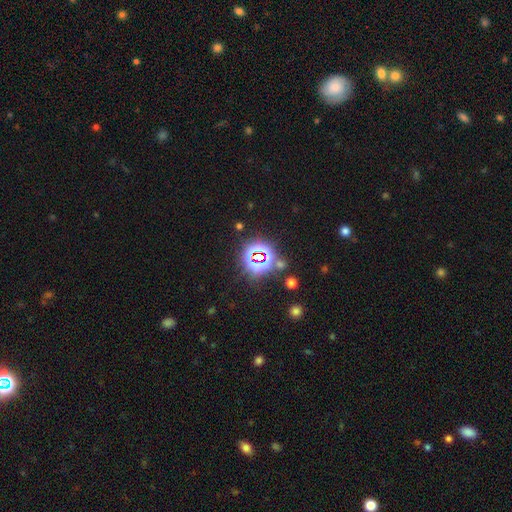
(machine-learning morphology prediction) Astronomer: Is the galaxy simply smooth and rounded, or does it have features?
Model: star or artifact — 79%.